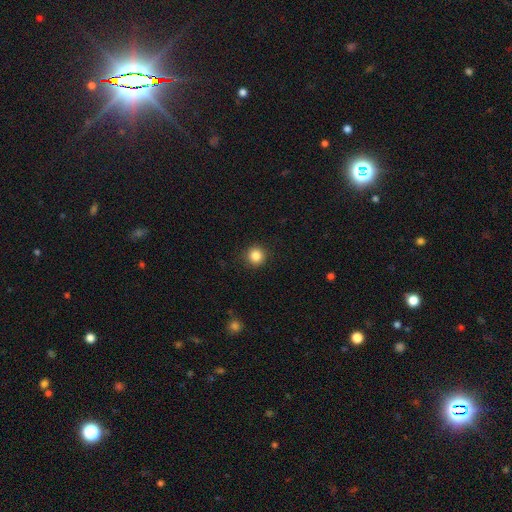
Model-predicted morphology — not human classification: smooth-or-featured: smooth: 85% | star or artifact: 11% | featured or disk: 4%
  how-rounded: round: 94% | in between: 5% | cigar-shaped: 1%
  merging: none: 91% | minor disturbance: 6% | major disturbance: 2% | merger: 1%